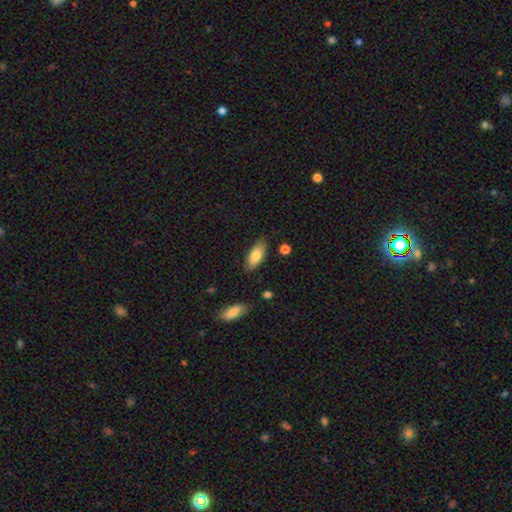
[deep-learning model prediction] The model was most divided on "how rounded": in between: 82%, cigar-shaped: 16%, round: 2%. More confident: smooth or featured — smooth (81%); merging — none (80%).